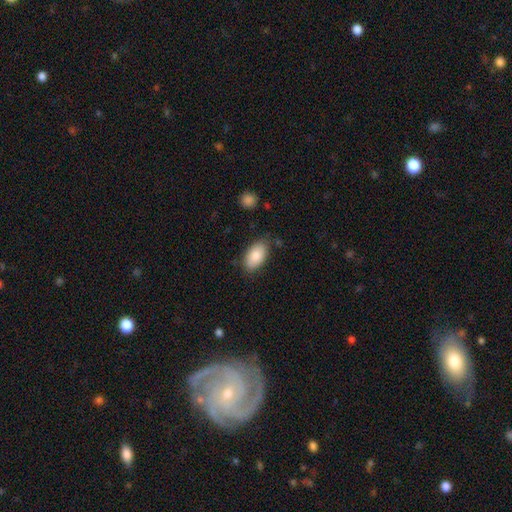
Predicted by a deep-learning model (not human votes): smooth-or-featured: smooth: 85% | featured or disk: 9% | star or artifact: 6%
  how-rounded: in between: 94% | round: 4% | cigar-shaped: 2%
  merging: none: 80% | minor disturbance: 15% | major disturbance: 3% | merger: 2%